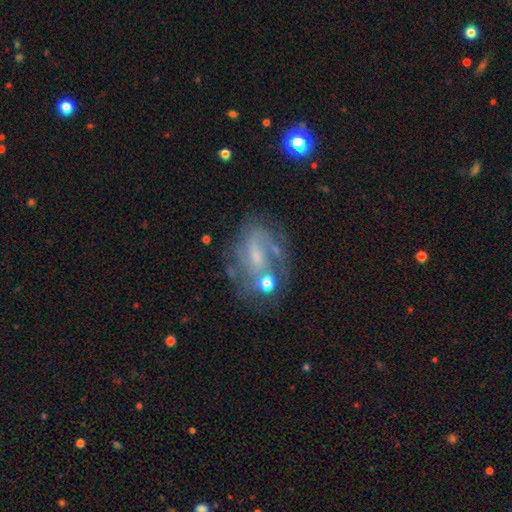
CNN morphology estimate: The model was most divided on "bar": weak: 43%, no: 41%, strong: 16%. More confident: edge-on disk — no (95%); spiral arms — yes (70%); smooth or featured — featured or disk (64%); bulge size — small (60%); merging — none (52%).